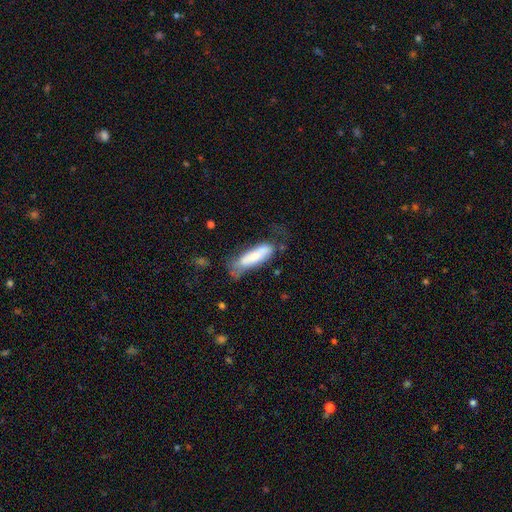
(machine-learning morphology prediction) Q: Smooth or featured?
A: smooth (67%); runner-up: featured or disk (27%)
Q: How rounded?
A: cigar-shaped (56%); runner-up: in between (42%)
Q: Merging?
A: none (44%); runner-up: minor disturbance (31%)